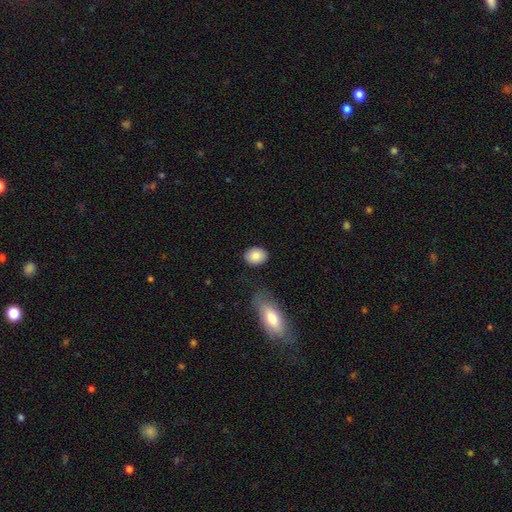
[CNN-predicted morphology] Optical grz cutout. It shows a smooth galaxy with no disk features (85%) that is in between round and cigar-shaped (64%). Merging: none (83%).